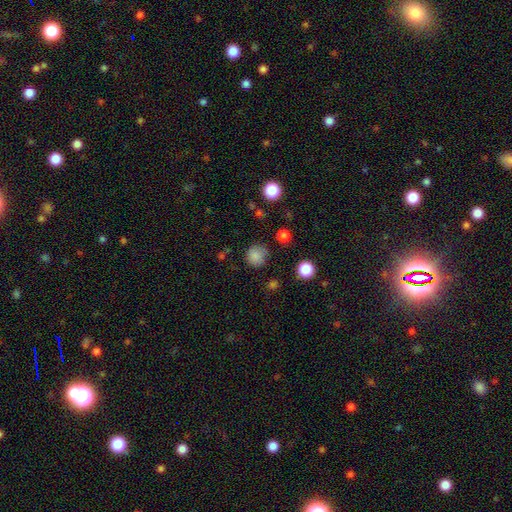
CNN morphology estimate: This is clearly a smooth galaxy (82%). How rounded: clearly round (89%). Merging: likely none (74%).